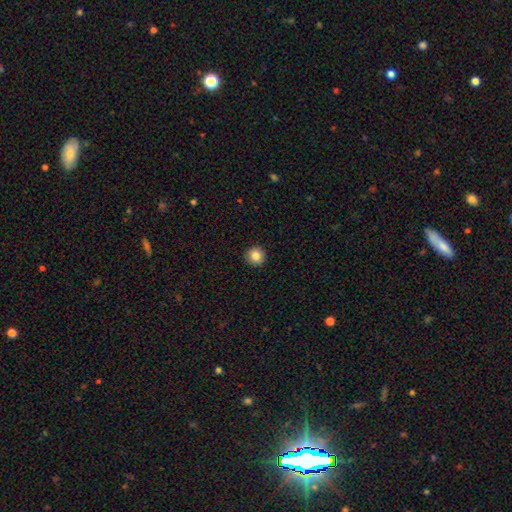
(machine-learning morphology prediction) smooth-or-featured: smooth: 85% | star or artifact: 9% | featured or disk: 5%
  how-rounded: round: 94% | in between: 5% | cigar-shaped: 1%
  merging: none: 93% | minor disturbance: 5% | major disturbance: 2% | merger: 1%